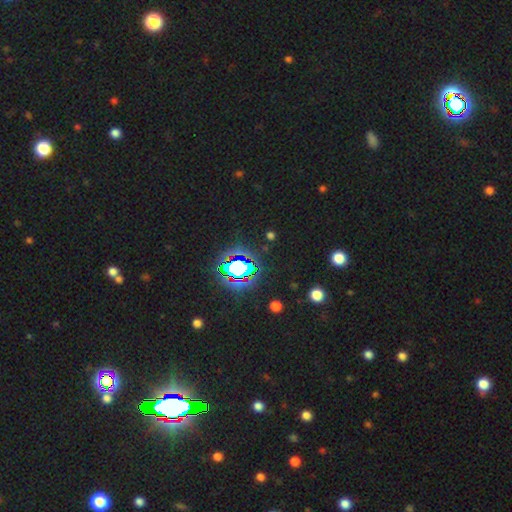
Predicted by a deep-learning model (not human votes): Smooth or featured: star or artifact — 83% (smooth — 10%)